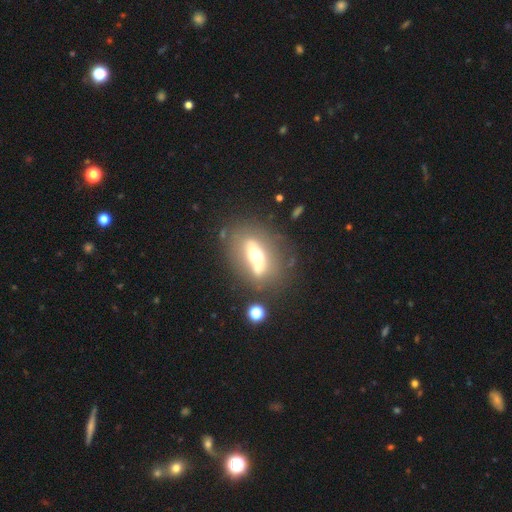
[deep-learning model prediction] Q: Smooth or featured?
A: featured or disk (53%); runner-up: smooth (37%)
Q: Edge-on disk?
A: no (68%); runner-up: yes (32%)
Q: Merging?
A: none (58%); runner-up: merger (17%)